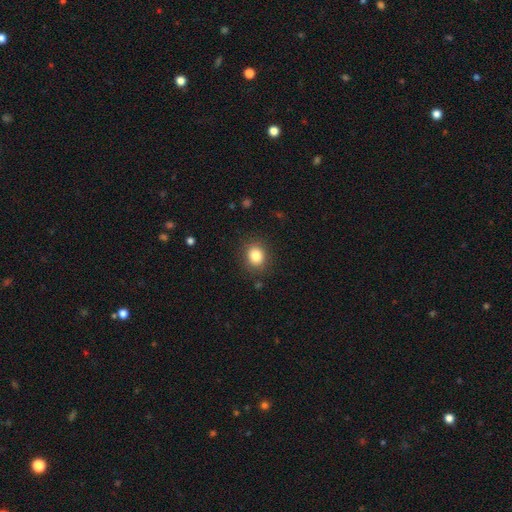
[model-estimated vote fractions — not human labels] smooth-or-featured: smooth: 83% | star or artifact: 10% | featured or disk: 7%
  how-rounded: round: 68% | in between: 31% | cigar-shaped: 1%
  merging: none: 86% | minor disturbance: 10% | major disturbance: 3% | merger: 1%